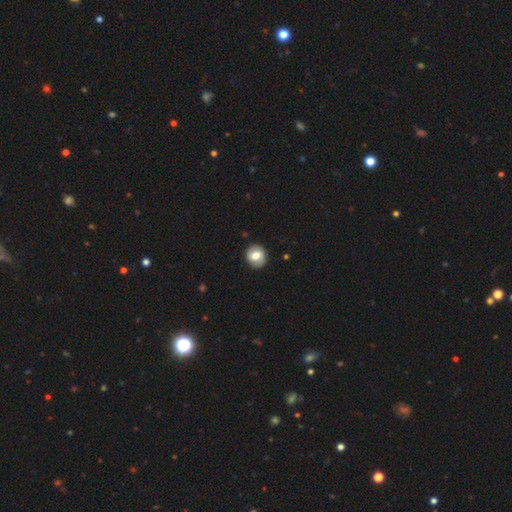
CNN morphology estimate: Smooth or featured?
  - smooth: 67% *
  - featured or disk: 25%
  - star or artifact: 8%
How rounded?
  - round: 78% *
  - in between: 21%
  - cigar-shaped: 1%
Merging?
  - none: 86% *
  - minor disturbance: 10%
  - major disturbance: 2%
  - merger: 1%